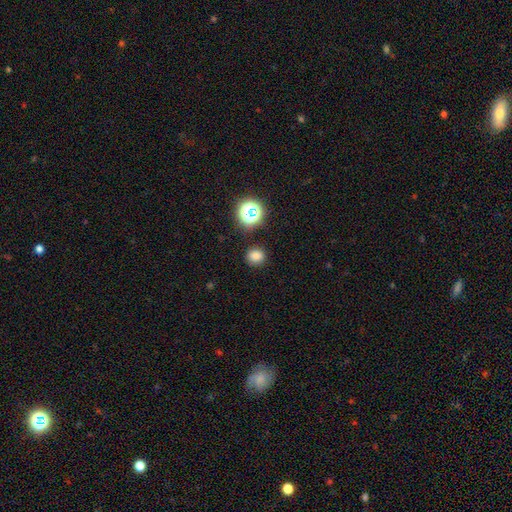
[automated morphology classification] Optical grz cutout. It shows a smooth galaxy with no disk features (77%) that is round (79%). Merging: none (87%).